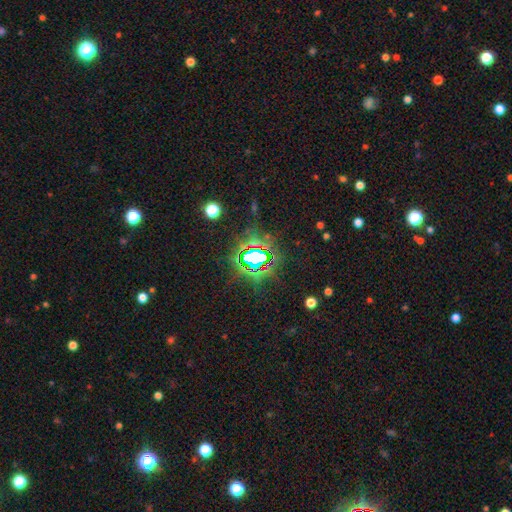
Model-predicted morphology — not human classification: Smooth or featured: star or artifact — 77% (smooth — 13%)